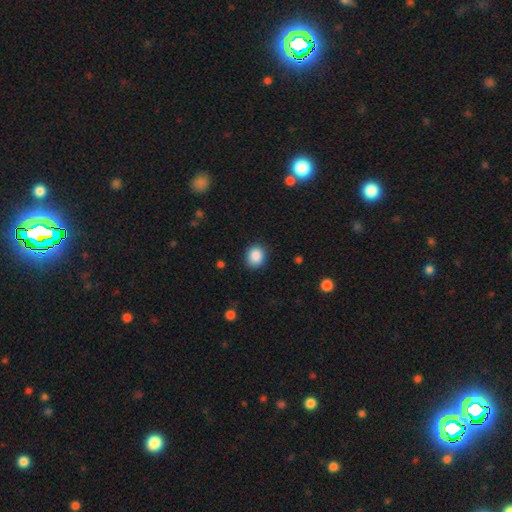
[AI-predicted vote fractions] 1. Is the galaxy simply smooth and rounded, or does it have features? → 88% smooth, 9% star or artifact, 3% featured or disk.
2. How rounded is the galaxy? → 73% round, 26% in between, 1% cigar-shaped.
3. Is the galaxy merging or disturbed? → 87% none, 10% minor disturbance, 3% major disturbance, 1% merger.